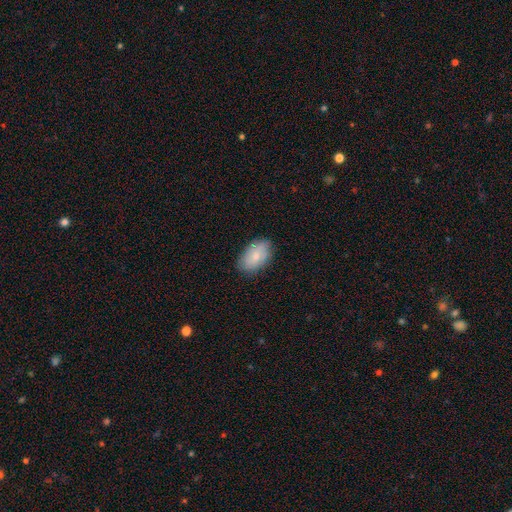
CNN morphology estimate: This appears to be a smooth galaxy with no disk features (80%) that is in between round and cigar-shaped (93%). Merging: none (82%).